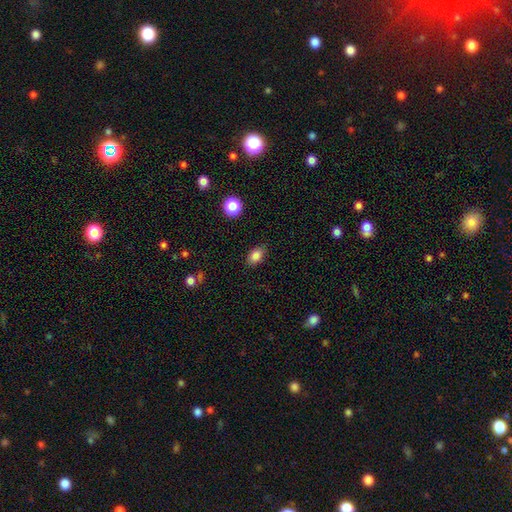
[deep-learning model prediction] Overall: smooth (84%). How rounded: in between (81%). Merging: none (85%).